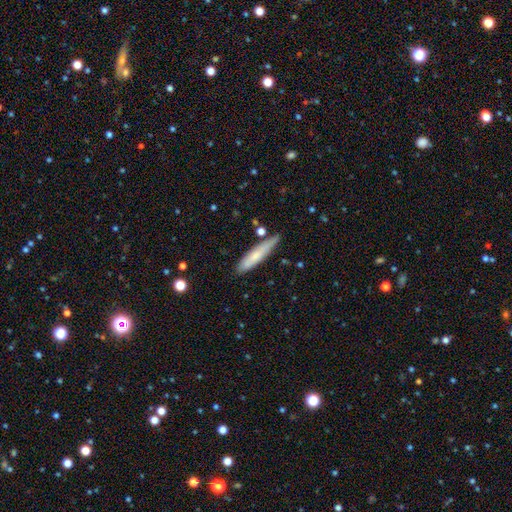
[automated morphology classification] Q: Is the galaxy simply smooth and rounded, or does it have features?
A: smooth — 69%.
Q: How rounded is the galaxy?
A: cigar-shaped — 88%.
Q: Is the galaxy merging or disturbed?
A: none — 80%.